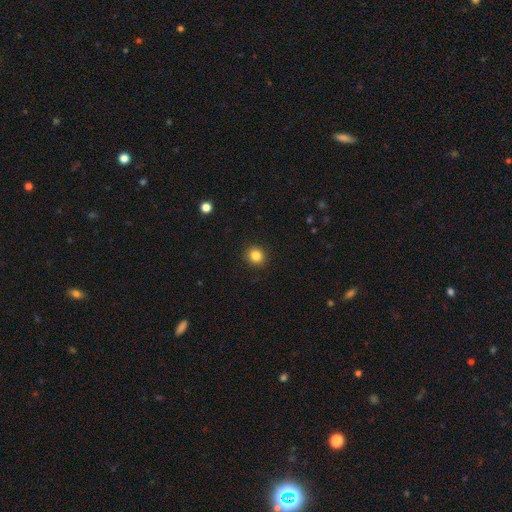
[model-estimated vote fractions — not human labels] Smooth or featured? Predicted: smooth (p=0.84). How rounded? Predicted: round (p=0.87). Merging? Predicted: none (p=0.92).